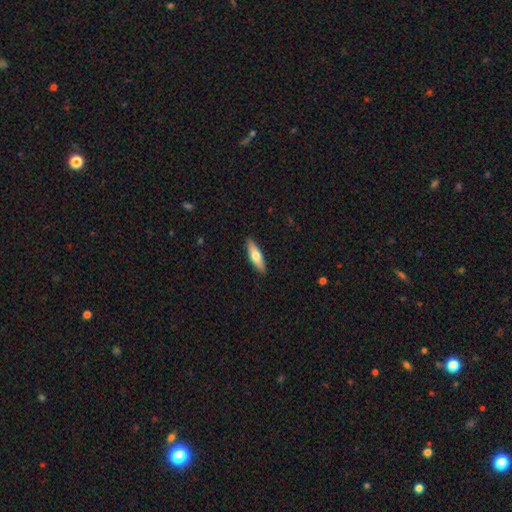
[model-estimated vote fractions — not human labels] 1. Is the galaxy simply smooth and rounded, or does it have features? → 65% smooth, 29% featured or disk, 5% star or artifact.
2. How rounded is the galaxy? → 60% cigar-shaped, 38% in between, 2% round.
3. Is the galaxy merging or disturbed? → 91% none, 7% minor disturbance, 1% major disturbance, 1% merger.